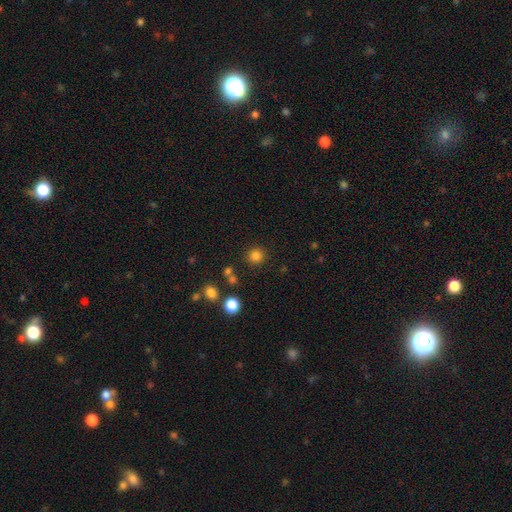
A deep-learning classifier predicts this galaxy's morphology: type=smooth (82%); roundness=round (92%); merging=none (87%).